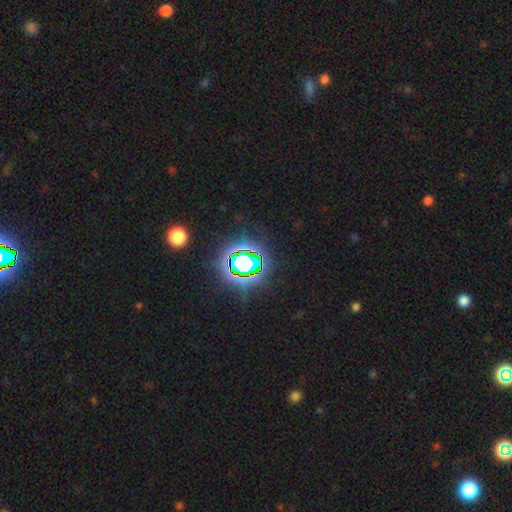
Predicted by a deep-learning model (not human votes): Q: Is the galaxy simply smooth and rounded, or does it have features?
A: star or artifact — 81%.